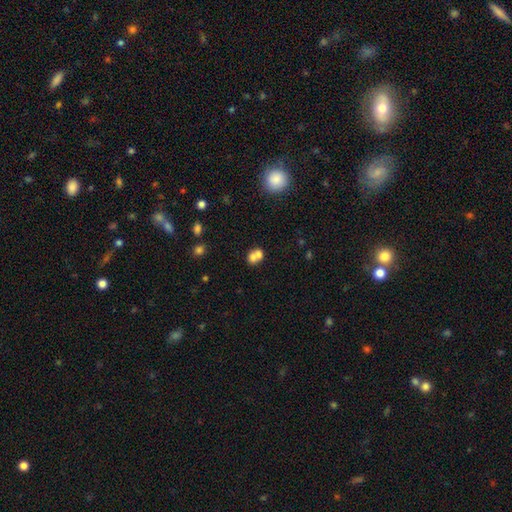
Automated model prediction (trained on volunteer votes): Smooth or featured? smooth (71%)
How rounded? round (58%)
Merging? merger (64%)